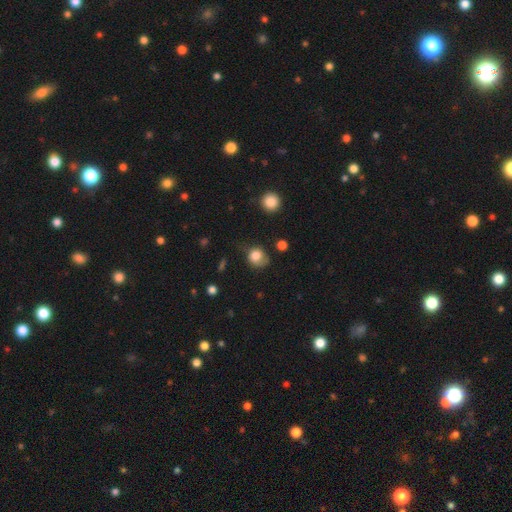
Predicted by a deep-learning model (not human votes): This appears to be a smooth galaxy with no disk features (81%) that is round (70%). Merging: none (47%).